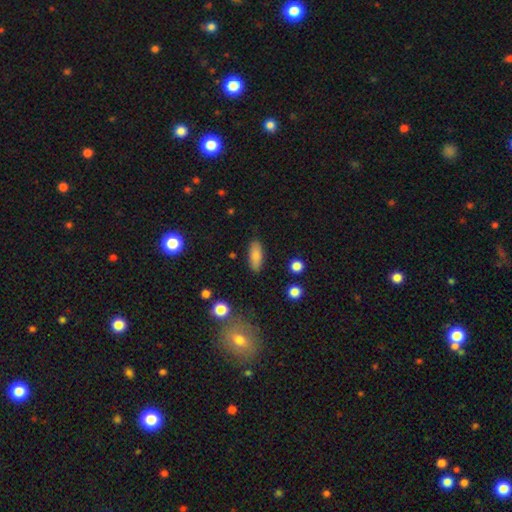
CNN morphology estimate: type=smooth (84%); roundness=in between (75%); merging=none (86%).